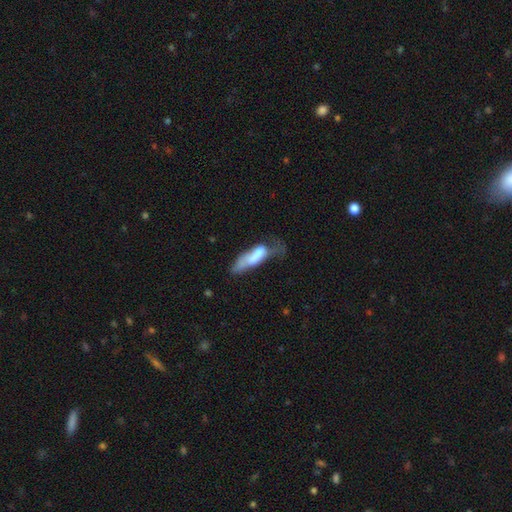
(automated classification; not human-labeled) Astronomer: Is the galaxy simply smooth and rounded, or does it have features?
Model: smooth — 63%.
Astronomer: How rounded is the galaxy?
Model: in between — 49%, tied with cigar-shaped at 49%.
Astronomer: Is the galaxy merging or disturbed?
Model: major disturbance — 39% (runner-up: minor disturbance, 25%).